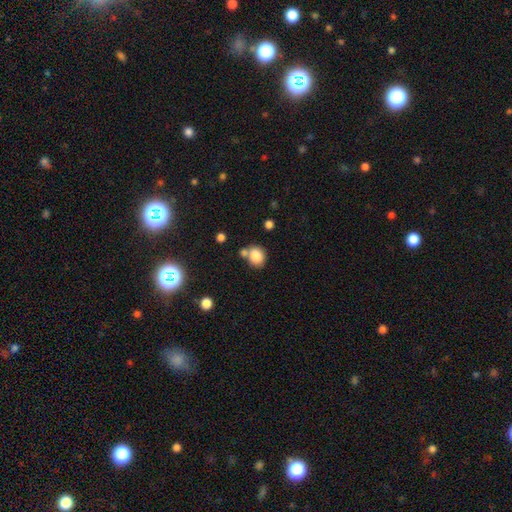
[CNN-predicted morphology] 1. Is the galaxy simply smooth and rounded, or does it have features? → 83% smooth, 10% star or artifact, 7% featured or disk.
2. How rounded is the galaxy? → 62% round, 37% in between, 1% cigar-shaped.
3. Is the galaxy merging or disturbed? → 56% none, 27% merger, 13% minor disturbance, 4% major disturbance.